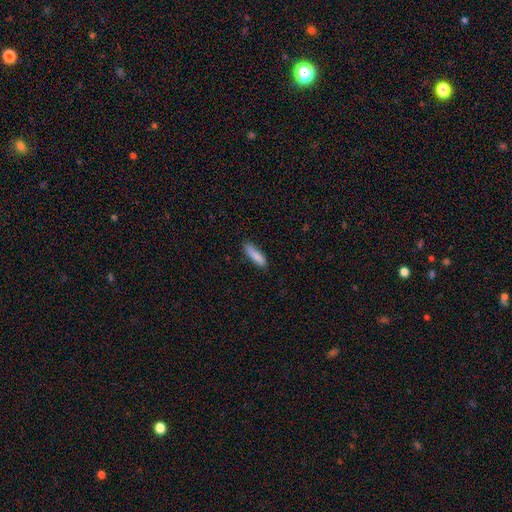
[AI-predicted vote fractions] Overall: smooth (86%). How rounded: cigar-shaped (73%). Merging: none (81%).